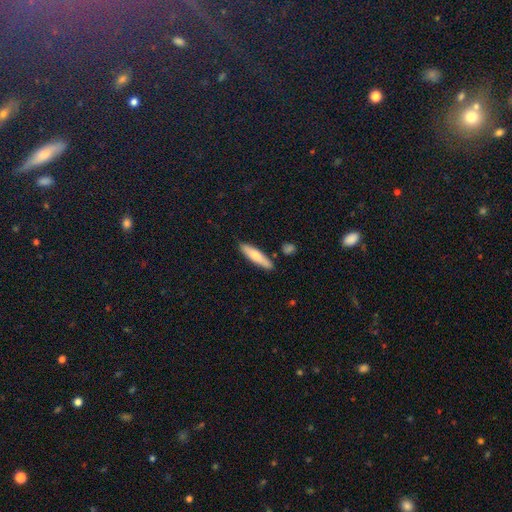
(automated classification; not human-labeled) This is likely a smooth galaxy (68%). How rounded: likely cigar-shaped (77%). Merging: clearly none (84%).